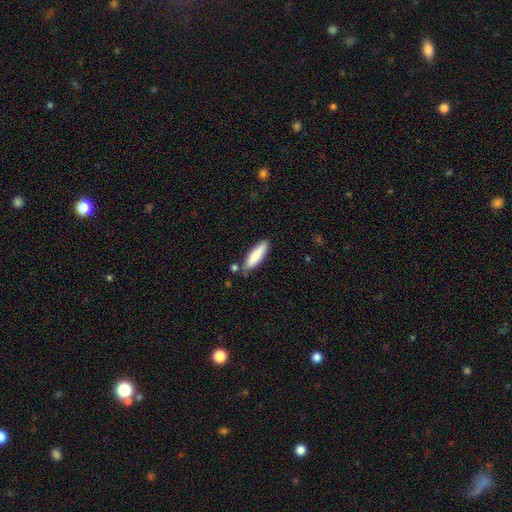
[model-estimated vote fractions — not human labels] smooth-or-featured: smooth: 83% | featured or disk: 12% | star or artifact: 6%
  how-rounded: cigar-shaped: 66% | in between: 33% | round: 1%
  merging: none: 77% | minor disturbance: 15% | merger: 5% | major disturbance: 3%